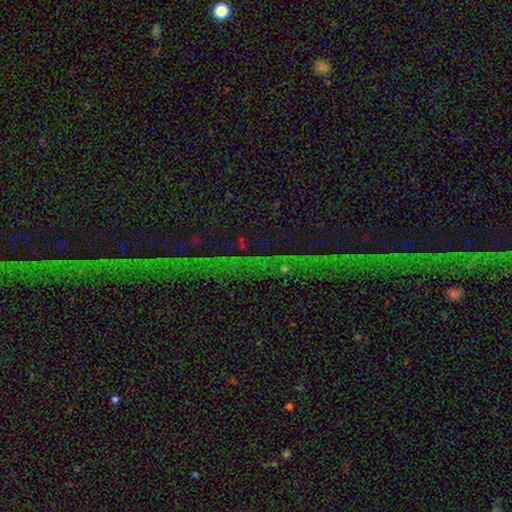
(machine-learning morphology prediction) A star or artifact, not a galaxy (82%).

Vote fractions:
- Smooth or featured? star or artifact: 82% / featured or disk: 10% / smooth: 7%